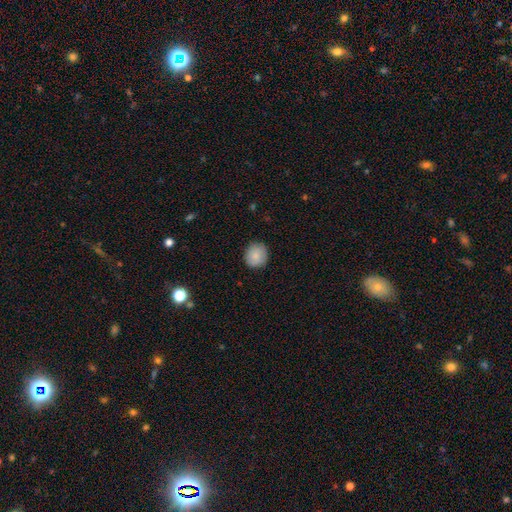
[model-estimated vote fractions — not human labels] Smooth or featured? Predicted: smooth (p=0.85). How rounded? Predicted: round (p=0.85). Merging? Predicted: none (p=0.87).